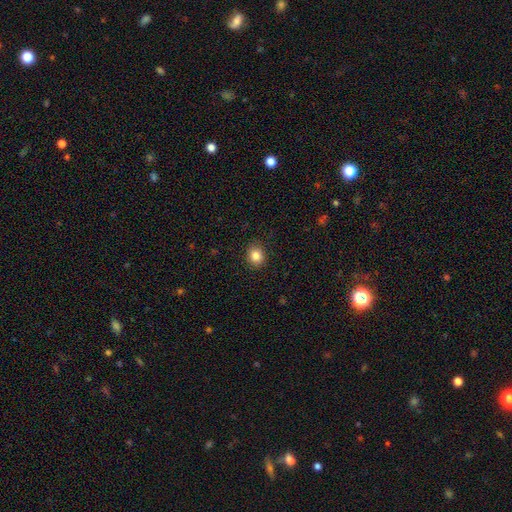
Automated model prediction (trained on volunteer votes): Smooth or featured? smooth (85%)
How rounded? round (68%)
Merging? none (89%)